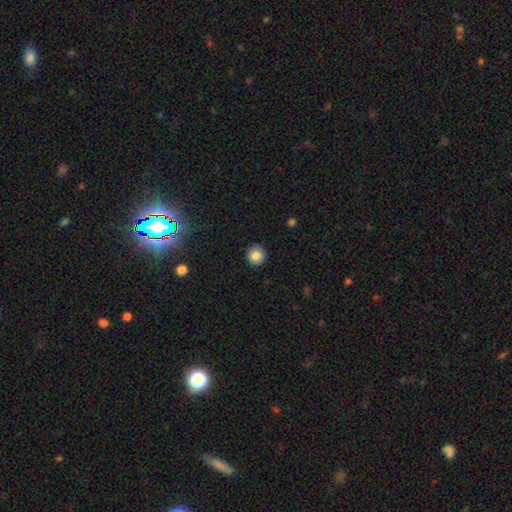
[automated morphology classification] Smooth or featured? Predicted: smooth (p=0.85). How rounded? Predicted: round (p=0.93). Merging? Predicted: none (p=0.90).